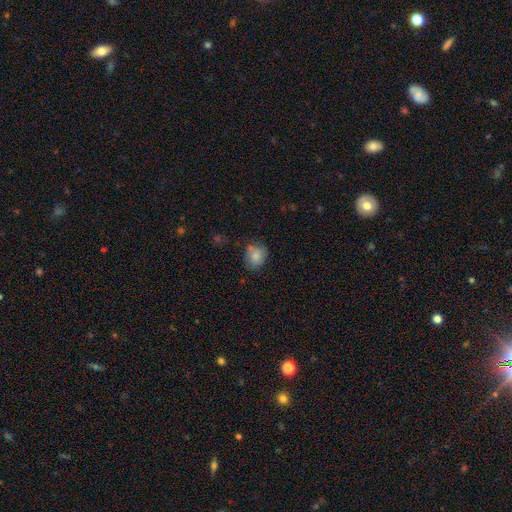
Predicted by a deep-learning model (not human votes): A smooth galaxy with no disk features (81%) that is round (64%).

Vote fractions:
- Smooth or featured? smooth: 81% / featured or disk: 10% / star or artifact: 8%
- How rounded? round: 64% / in between: 35% / cigar-shaped: 1%
- Merging? none: 66% / minor disturbance: 23% / major disturbance: 6% / merger: 4%